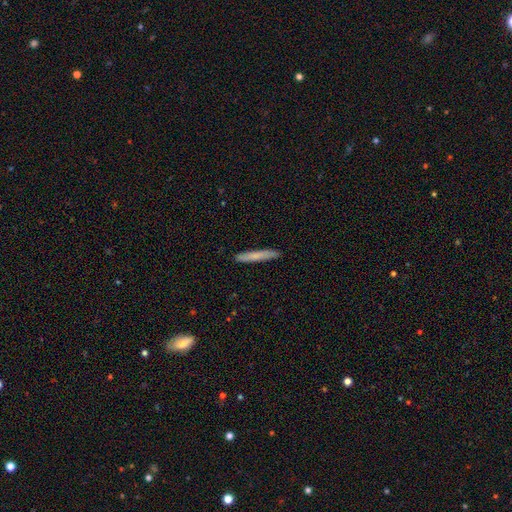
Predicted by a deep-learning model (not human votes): Smooth or featured? Predicted: smooth (p=0.71). How rounded? Predicted: cigar-shaped (p=0.95). Merging? Predicted: none (p=0.89).